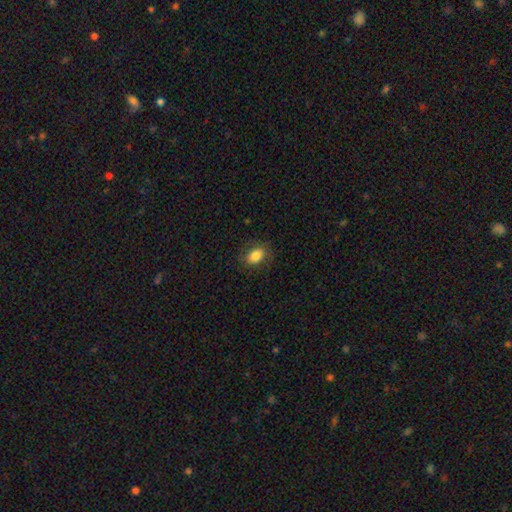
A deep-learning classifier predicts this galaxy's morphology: Smooth or featured: smooth — 81% (featured or disk — 11%)
How rounded: in between — 74% (round — 25%)
Merging: none — 80% (minor disturbance — 13%)